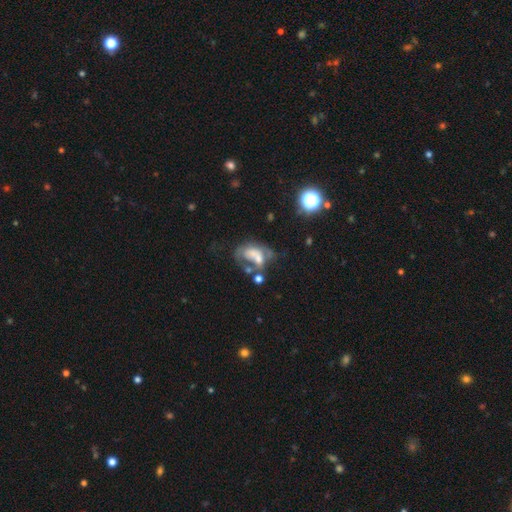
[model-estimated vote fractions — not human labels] Morphology: type=featured or disk (49%); merging=major disturbance (39%).